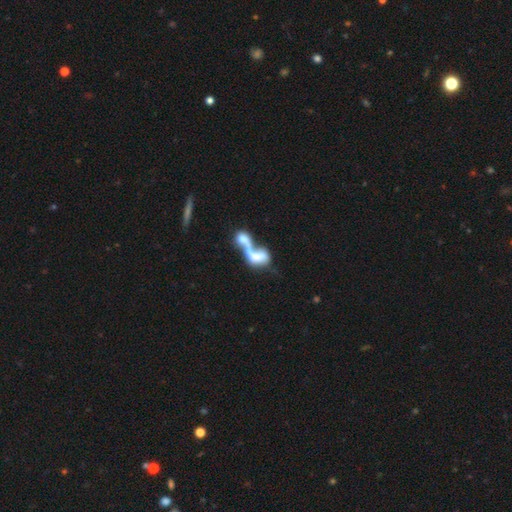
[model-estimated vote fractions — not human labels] smooth 55%, featured or disk 36%, star or artifact 9%. Down the decision tree: how rounded — in between (71%); merging — merger (78%).